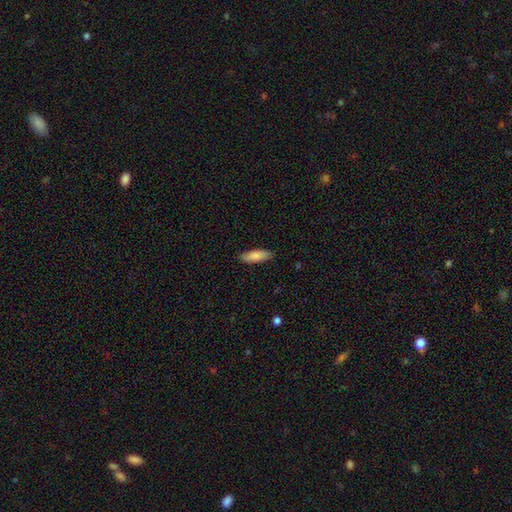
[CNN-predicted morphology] The model was most divided on "how rounded": in between: 60%, cigar-shaped: 38%, round: 2%. More confident: merging — none (88%); smooth or featured — smooth (84%).